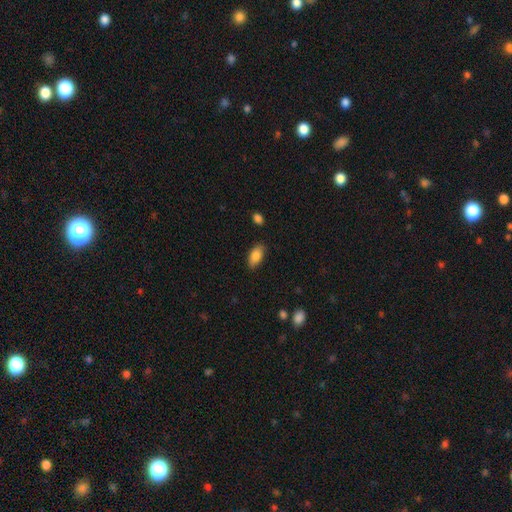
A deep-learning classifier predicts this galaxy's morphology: A smooth galaxy with no disk features (85%) that is in between round and cigar-shaped (92%).

Vote fractions:
- Smooth or featured? smooth: 85% / featured or disk: 8% / star or artifact: 7%
- How rounded? in between: 92% / cigar-shaped: 5% / round: 4%
- Merging? none: 83% / minor disturbance: 13% / major disturbance: 3% / merger: 1%